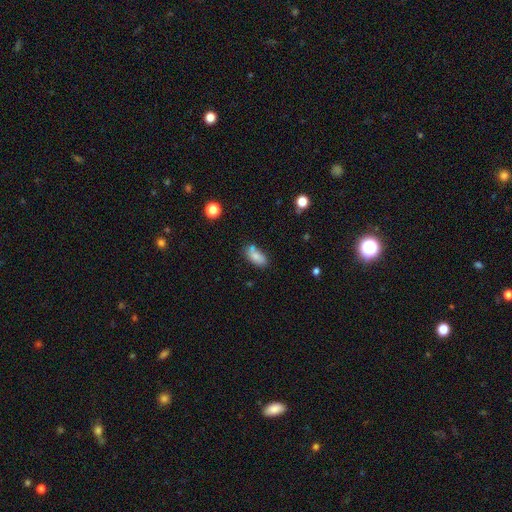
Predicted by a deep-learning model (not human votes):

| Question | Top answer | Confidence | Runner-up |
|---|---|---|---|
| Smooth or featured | smooth | 81% | featured or disk (10%) |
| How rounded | in between | 89% | cigar-shaped (7%) |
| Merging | none | 60% | minor disturbance (19%) |